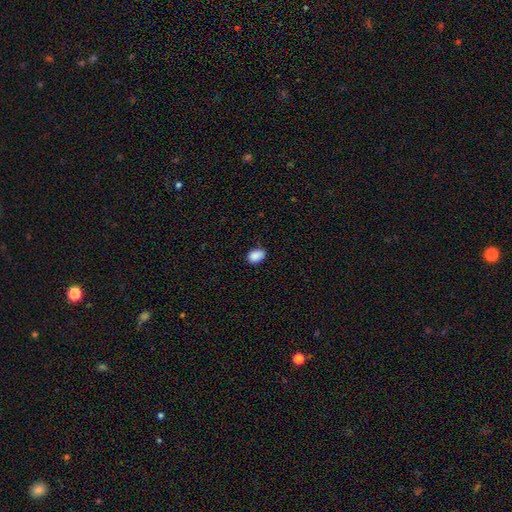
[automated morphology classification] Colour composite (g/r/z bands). It shows a smooth galaxy with no disk features (89%) that is in between round and cigar-shaped (82%). Merging: none (78%).